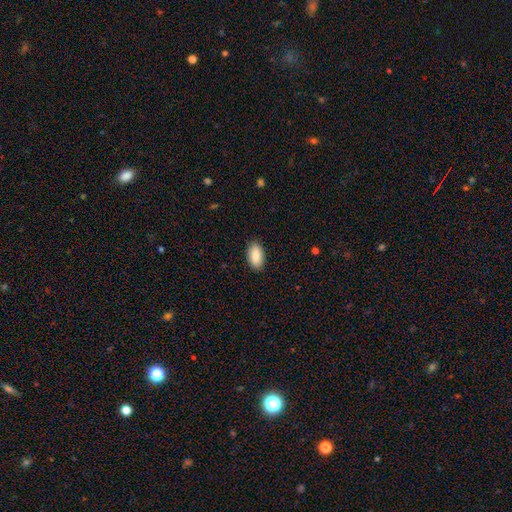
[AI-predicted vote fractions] Smooth or featured?
  - smooth: 87% *
  - featured or disk: 7%
  - star or artifact: 6%
How rounded?
  - in between: 94% *
  - round: 3%
  - cigar-shaped: 3%
Merging?
  - none: 89% *
  - minor disturbance: 8%
  - major disturbance: 2%
  - merger: 1%